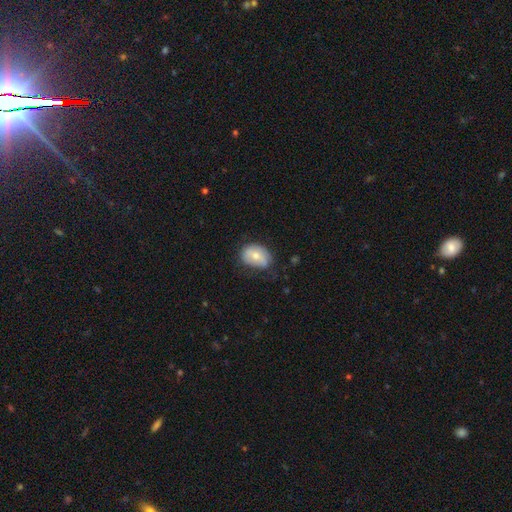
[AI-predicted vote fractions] Q: Smooth or featured?
A: smooth (65%); runner-up: featured or disk (28%)
Q: How rounded?
A: in between (76%); runner-up: round (23%)
Q: Merging?
A: none (60%); runner-up: minor disturbance (30%)